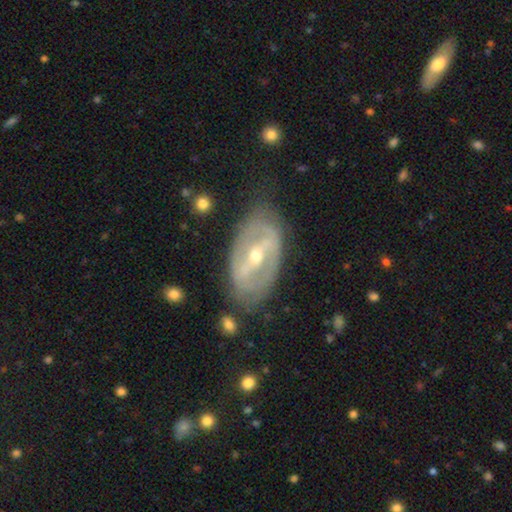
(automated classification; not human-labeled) This is clearly a featured or disk galaxy (81%). It is clearly not viewed edge-on (91%). Bar: possibly strong (58%). Spiral arm pattern: likely yes (64%). Central bulge: possibly moderate (52%). Merging: likely none (74%).